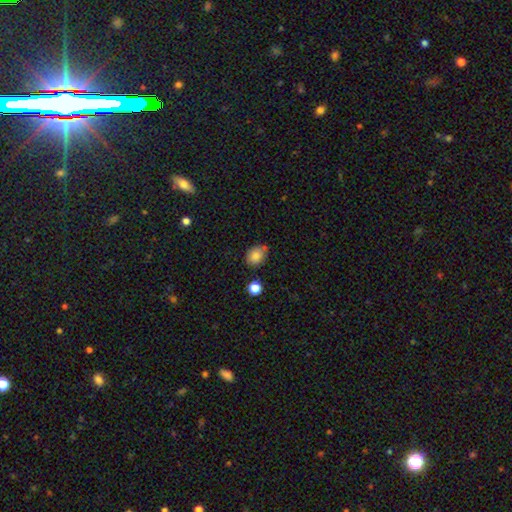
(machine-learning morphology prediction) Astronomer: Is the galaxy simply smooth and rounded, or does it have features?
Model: smooth — 83%.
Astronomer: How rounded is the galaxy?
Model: in between — 54% (runner-up: round, 45%).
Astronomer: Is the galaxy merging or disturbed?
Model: none — 72%.